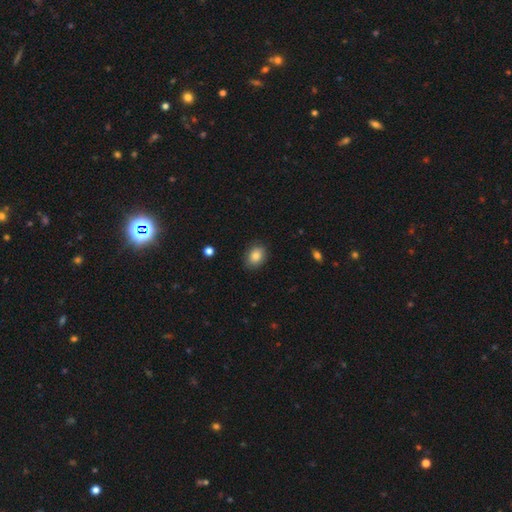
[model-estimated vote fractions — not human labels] This is clearly a smooth galaxy (84%). How rounded: likely in between (69%). Merging: clearly none (85%).